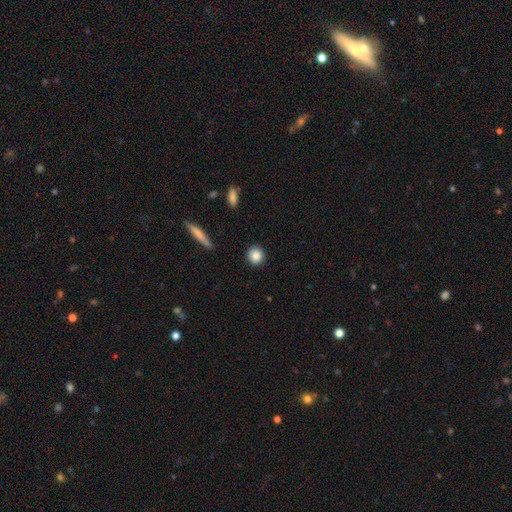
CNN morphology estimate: smooth-or-featured: smooth: 86% | star or artifact: 8% | featured or disk: 5%
  how-rounded: round: 87% | in between: 11% | cigar-shaped: 2%
  merging: none: 90% | minor disturbance: 7% | major disturbance: 2% | merger: 1%